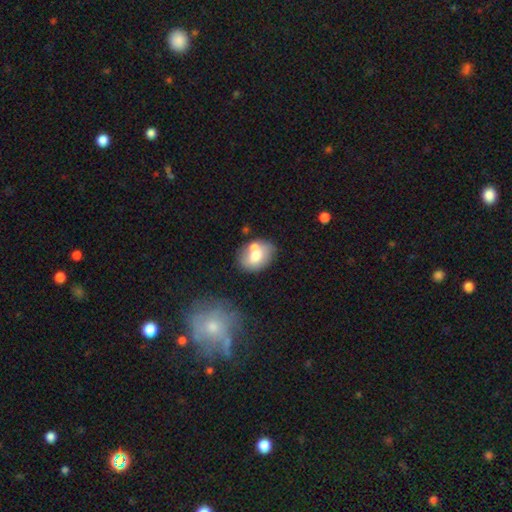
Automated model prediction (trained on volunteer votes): A smooth galaxy with no disk features (67%) that is in between round and cigar-shaped (69%).

Vote fractions:
- Smooth or featured? smooth: 67% / featured or disk: 25% / star or artifact: 8%
- How rounded? in between: 69% / round: 30% / cigar-shaped: 1%
- Merging? none: 49% / merger: 28% / minor disturbance: 17% / major disturbance: 6%